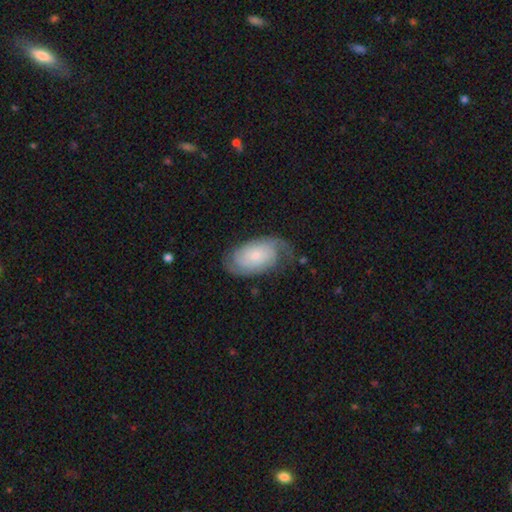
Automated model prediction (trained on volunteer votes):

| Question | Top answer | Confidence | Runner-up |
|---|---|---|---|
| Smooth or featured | featured or disk | 75% | smooth (19%) |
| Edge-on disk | no | 96% | yes (4%) |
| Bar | no | 75% | weak (21%) |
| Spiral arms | yes | 94% | no (6%) |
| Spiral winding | tight | 58% | medium (30%) |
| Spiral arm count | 2 | 72% | can't tell (15%) |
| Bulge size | small | 69% | moderate (23%) |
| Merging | none | 70% | minor disturbance (19%) |